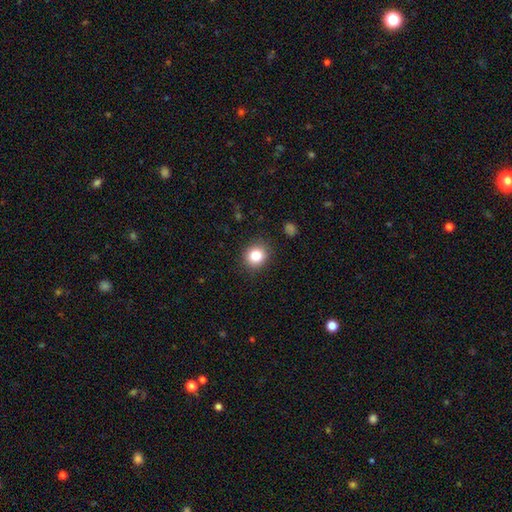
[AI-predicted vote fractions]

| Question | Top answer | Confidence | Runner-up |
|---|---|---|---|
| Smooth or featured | smooth | 83% | star or artifact (11%) |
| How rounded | round | 79% | in between (20%) |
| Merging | none | 88% | minor disturbance (8%) |